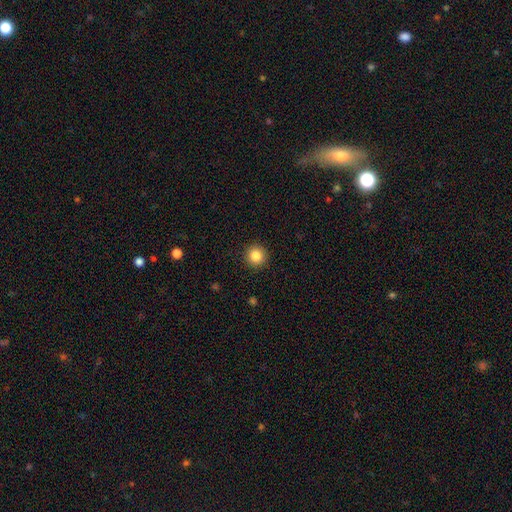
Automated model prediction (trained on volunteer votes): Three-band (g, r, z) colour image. It shows a smooth galaxy with no disk features (85%) that is round (95%). Merging: none (92%).